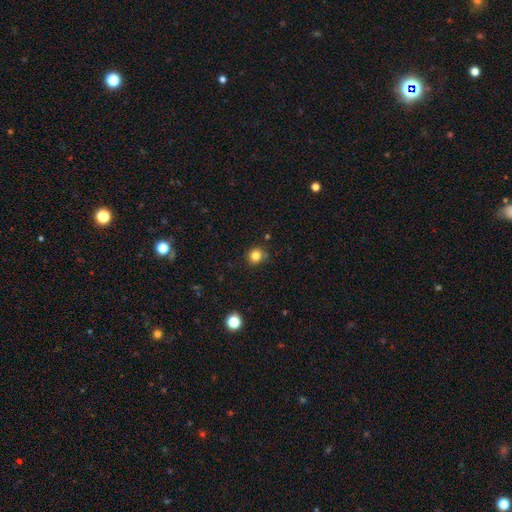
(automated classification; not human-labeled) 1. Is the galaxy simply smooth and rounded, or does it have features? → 82% smooth, 13% star or artifact, 5% featured or disk.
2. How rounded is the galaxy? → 87% round, 13% in between, 1% cigar-shaped.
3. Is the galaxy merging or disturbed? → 81% none, 14% minor disturbance, 3% major disturbance, 2% merger.